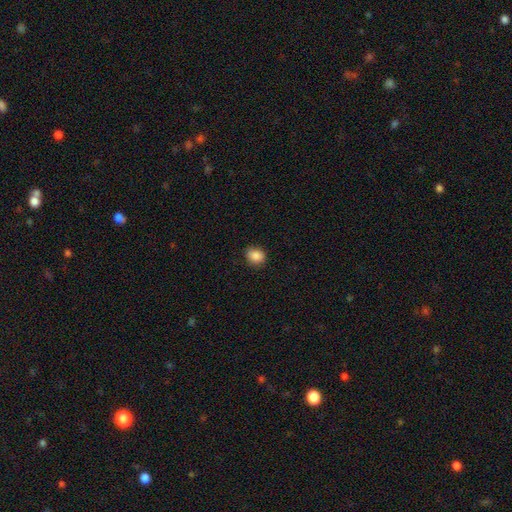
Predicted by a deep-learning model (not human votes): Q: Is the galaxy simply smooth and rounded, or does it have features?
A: smooth — 87%.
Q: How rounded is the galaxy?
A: round — 68%.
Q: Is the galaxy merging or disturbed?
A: none — 85%.